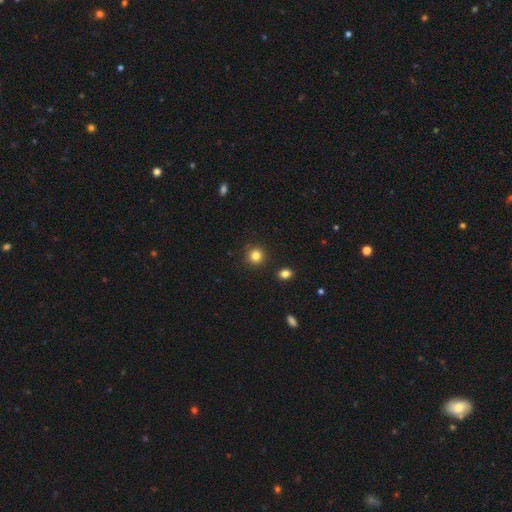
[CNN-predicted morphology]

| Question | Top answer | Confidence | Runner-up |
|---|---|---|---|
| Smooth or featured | smooth | 83% | star or artifact (12%) |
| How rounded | round | 93% | in between (6%) |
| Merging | none | 91% | minor disturbance (5%) |